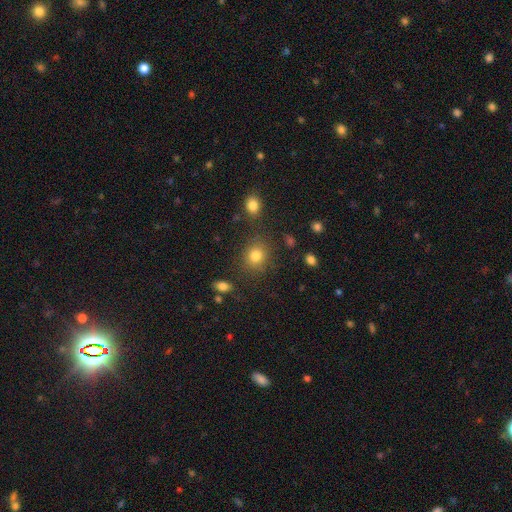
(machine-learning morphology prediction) This is clearly a smooth galaxy (80%). How rounded: likely round (71%). Merging: clearly none (80%).